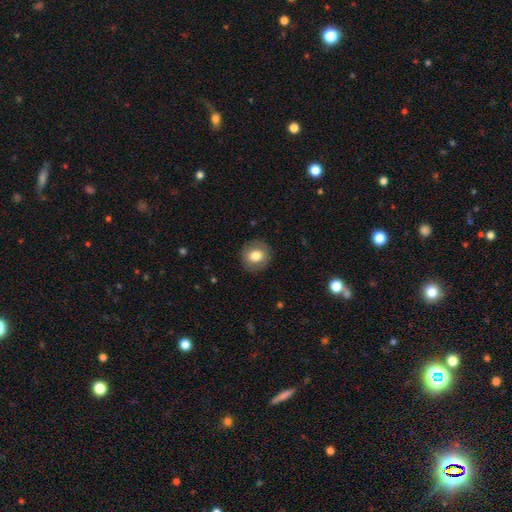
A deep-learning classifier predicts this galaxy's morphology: Smooth or featured? Predicted: smooth (p=0.78). How rounded? Predicted: round (p=0.87). Merging? Predicted: none (p=0.89).